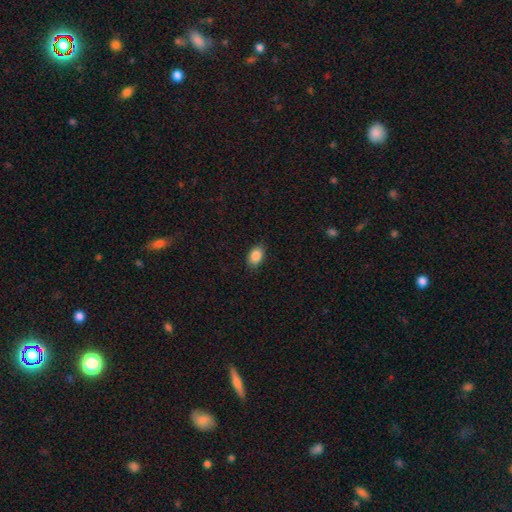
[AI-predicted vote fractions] Smooth or featured?
  - smooth: 88% *
  - star or artifact: 8%
  - featured or disk: 5%
How rounded?
  - in between: 86% *
  - round: 13%
  - cigar-shaped: 1%
Merging?
  - none: 85% *
  - minor disturbance: 11%
  - major disturbance: 2%
  - merger: 1%